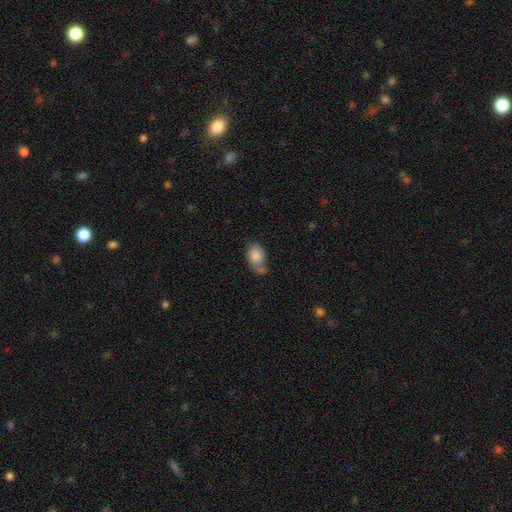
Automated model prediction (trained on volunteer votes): Smooth or featured? smooth (83%)
How rounded? in between (78%)
Merging? none (43%)